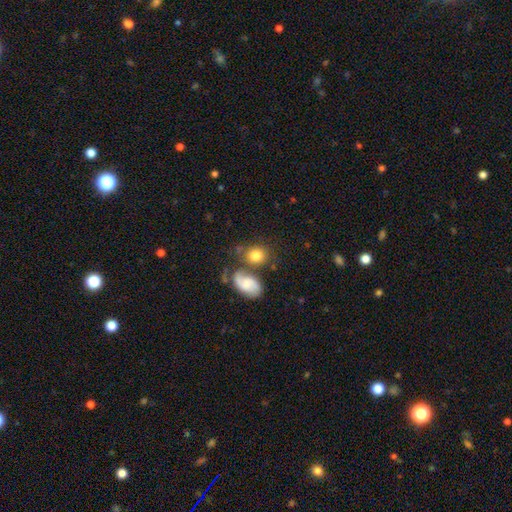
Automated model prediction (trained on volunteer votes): This appears to be a smooth galaxy with no disk features (75%) that is round (56%). Merging: none (53%).